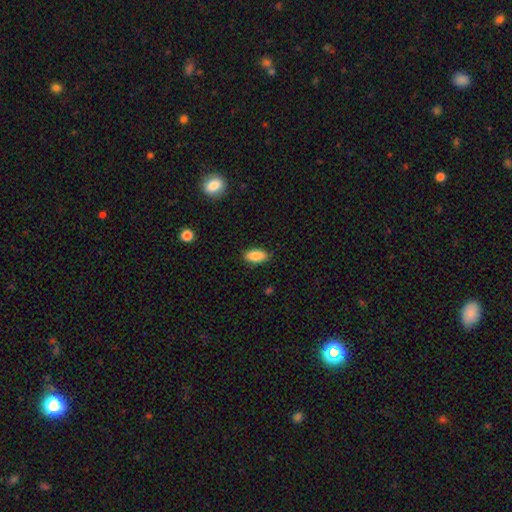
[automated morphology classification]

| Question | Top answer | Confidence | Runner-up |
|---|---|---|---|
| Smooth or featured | smooth | 87% | star or artifact (7%) |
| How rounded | in between | 91% | cigar-shaped (6%) |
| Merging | none | 87% | minor disturbance (10%) |